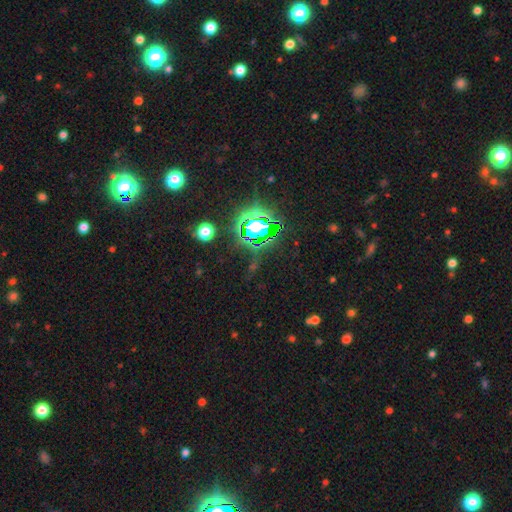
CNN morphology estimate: Smooth or featured? star or artifact (79%)